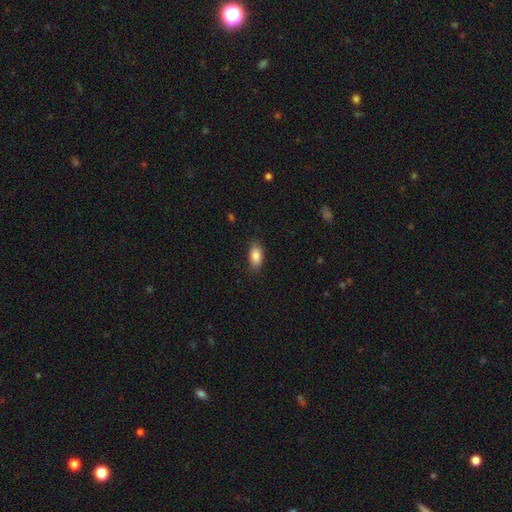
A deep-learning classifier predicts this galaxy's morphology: A smooth galaxy with no disk features (85%) that is in between round and cigar-shaped (89%). Merging: none (82%).